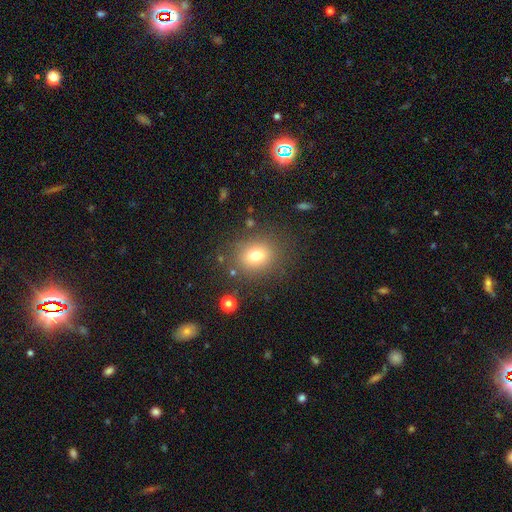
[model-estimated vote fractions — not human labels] The model was most divided on "how rounded": round: 63%, in between: 36%, cigar-shaped: 1%. More confident: merging — none (82%); smooth or featured — smooth (74%).